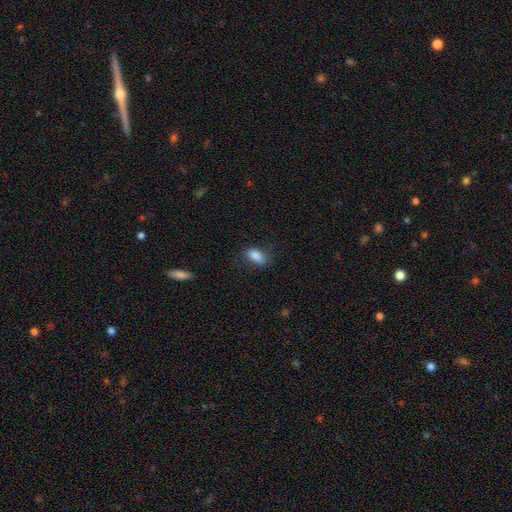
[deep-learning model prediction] This appears to be a smooth galaxy with no disk features (86%) that is in between round and cigar-shaped (89%). Merging: none (74%).